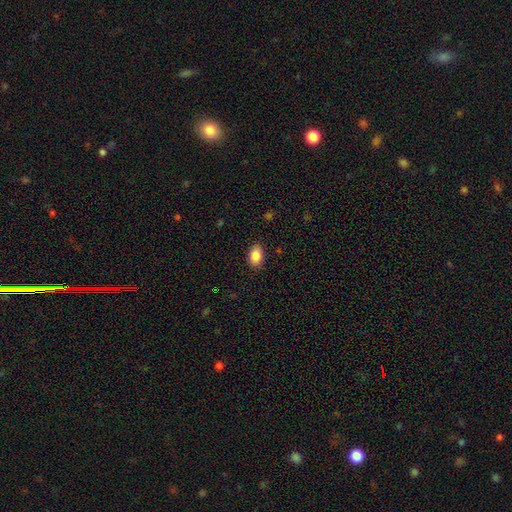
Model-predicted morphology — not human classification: smooth-or-featured: smooth: 88% | star or artifact: 8% | featured or disk: 5%
  how-rounded: in between: 87% | round: 12% | cigar-shaped: 1%
  merging: none: 87% | minor disturbance: 9% | major disturbance: 2% | merger: 1%